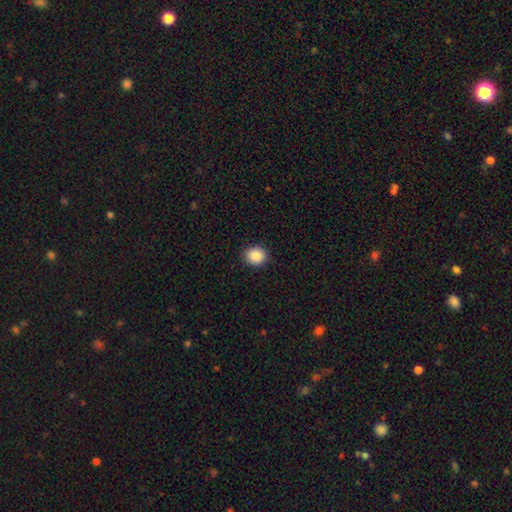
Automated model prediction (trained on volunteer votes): smooth_or_featured: smooth (p=0.89) [alt: star or artifact p=0.08]
how_rounded: round (p=0.76) [alt: in between p=0.23]
merging: none (p=0.90) [alt: minor disturbance p=0.07]